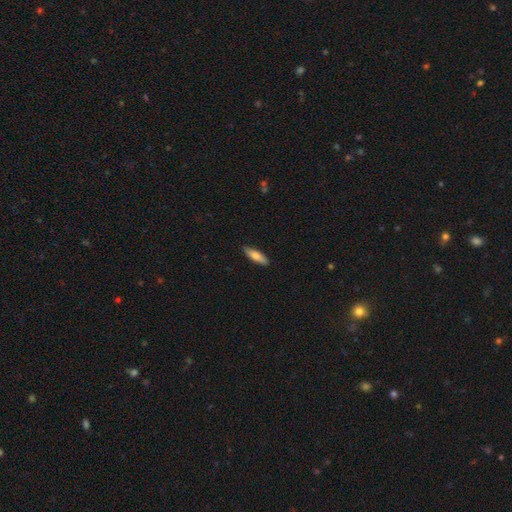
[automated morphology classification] Smooth or featured? Predicted: smooth (p=0.70). How rounded? Predicted: cigar-shaped (p=0.61). Merging? Predicted: none (p=0.88).